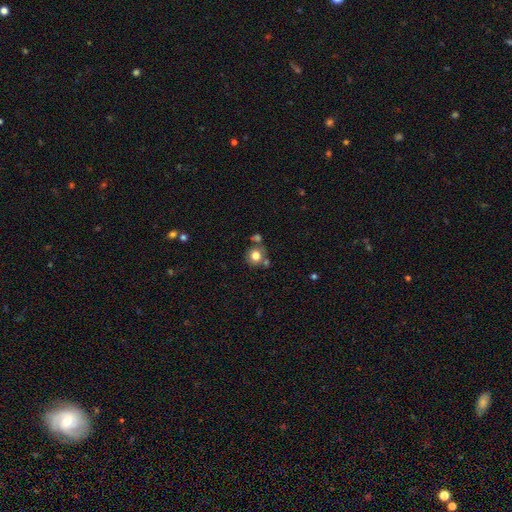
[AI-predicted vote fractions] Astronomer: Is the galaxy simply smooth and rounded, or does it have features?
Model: smooth — 79%.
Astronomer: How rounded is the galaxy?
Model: round — 87%.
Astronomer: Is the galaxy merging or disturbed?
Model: none — 66%.